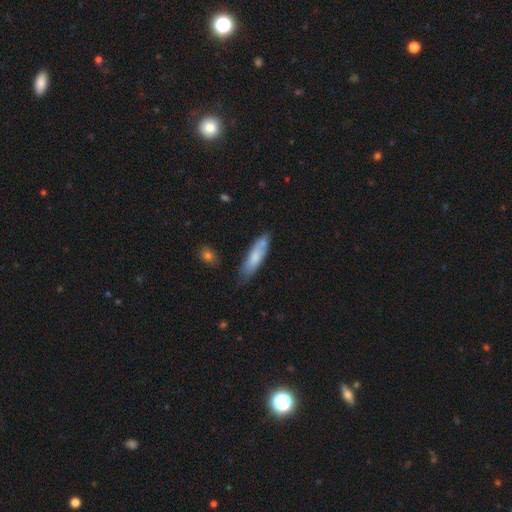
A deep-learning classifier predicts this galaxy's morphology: Overall: smooth (68%). How rounded: cigar-shaped (68%; in between 30%). Merging: none (62%; minor disturbance 25%).